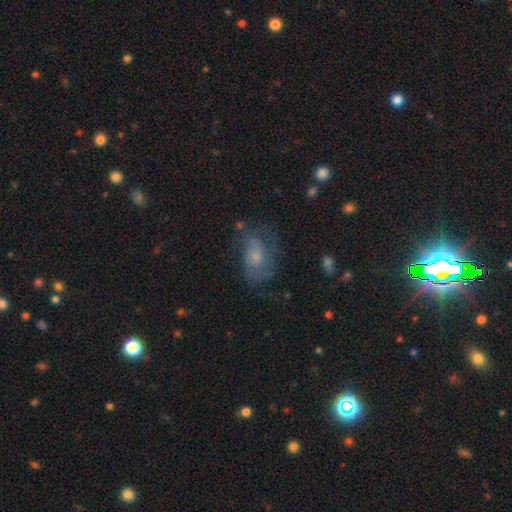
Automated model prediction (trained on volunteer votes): This is possibly a featured or disk galaxy (49%). Merging: possibly none (50%).